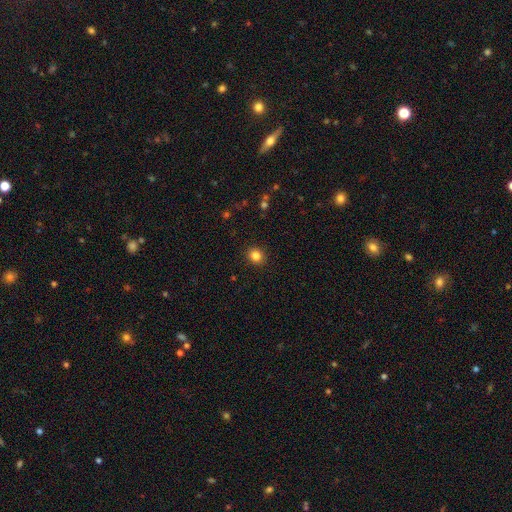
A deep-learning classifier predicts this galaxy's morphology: smooth-or-featured: smooth: 83% | star or artifact: 11% | featured or disk: 5%
  how-rounded: round: 78% | in between: 21% | cigar-shaped: 1%
  merging: none: 91% | minor disturbance: 6% | major disturbance: 2% | merger: 1%